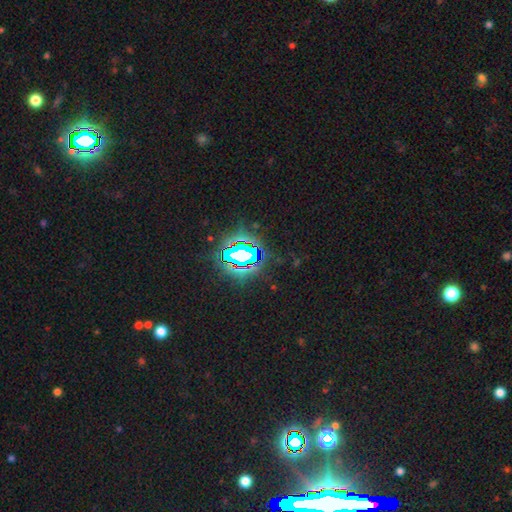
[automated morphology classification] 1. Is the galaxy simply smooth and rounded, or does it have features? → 79% star or artifact, 12% smooth, 9% featured or disk.